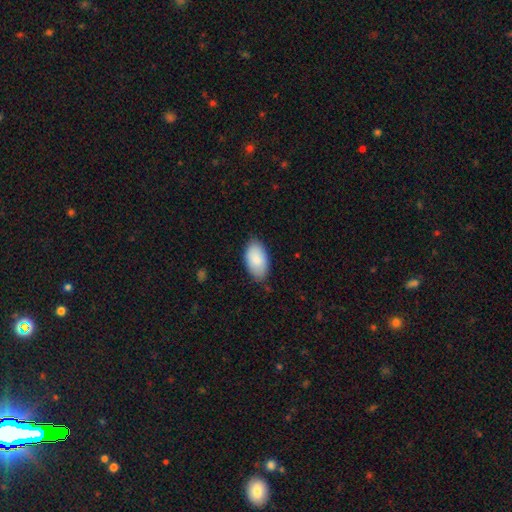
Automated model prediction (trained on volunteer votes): The model was most divided on "merging": none: 81%, minor disturbance: 15%, major disturbance: 2%, merger: 1%. More confident: how rounded — in between (96%); smooth or featured — smooth (88%).